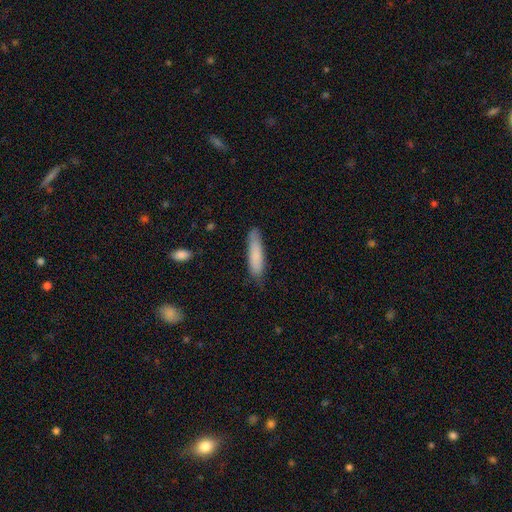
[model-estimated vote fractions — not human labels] Overall: smooth (83%). How rounded: cigar-shaped (77%). Merging: none (77%).